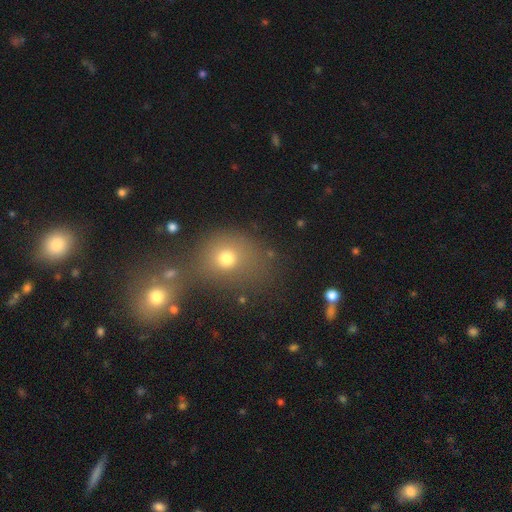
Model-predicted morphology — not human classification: smooth 57%, star or artifact 32%, featured or disk 11%. Down the decision tree: how rounded — round (71%); merging — none (49%).